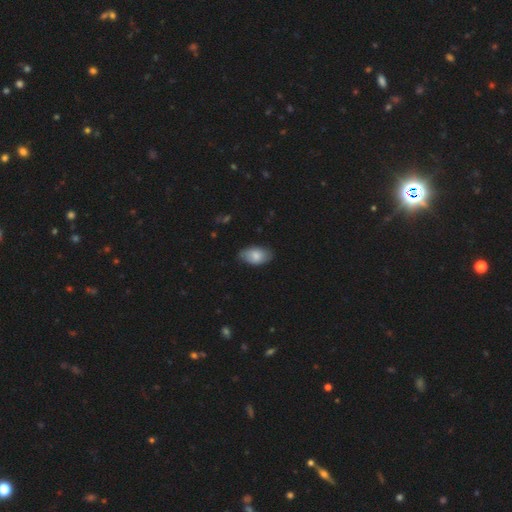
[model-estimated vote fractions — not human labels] Smooth or featured?
  - smooth: 76% *
  - featured or disk: 18%
  - star or artifact: 6%
How rounded?
  - in between: 94% *
  - round: 5%
  - cigar-shaped: 2%
Merging?
  - none: 76% *
  - minor disturbance: 20%
  - major disturbance: 3%
  - merger: 1%